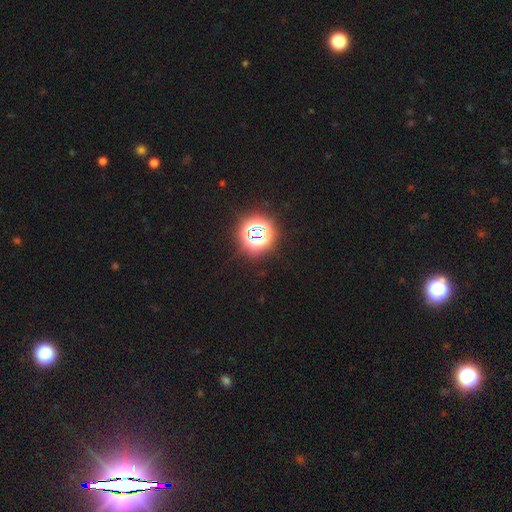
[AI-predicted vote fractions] Smooth or featured: star or artifact — 82% (smooth — 13%)